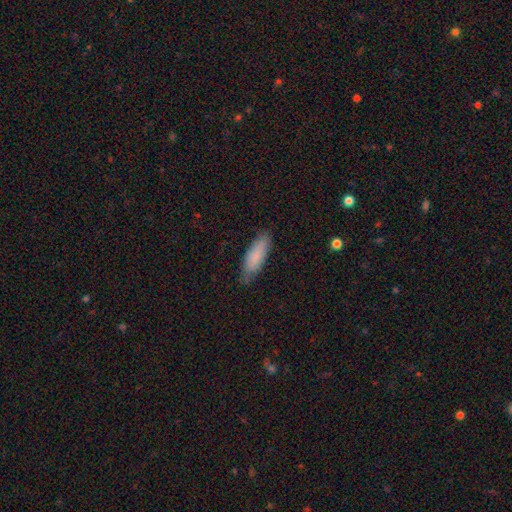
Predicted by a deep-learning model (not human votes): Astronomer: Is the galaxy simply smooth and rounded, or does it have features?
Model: smooth — 83%.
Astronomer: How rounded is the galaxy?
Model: in between — 55% (runner-up: cigar-shaped, 43%).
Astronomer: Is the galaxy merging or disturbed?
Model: none — 79%.